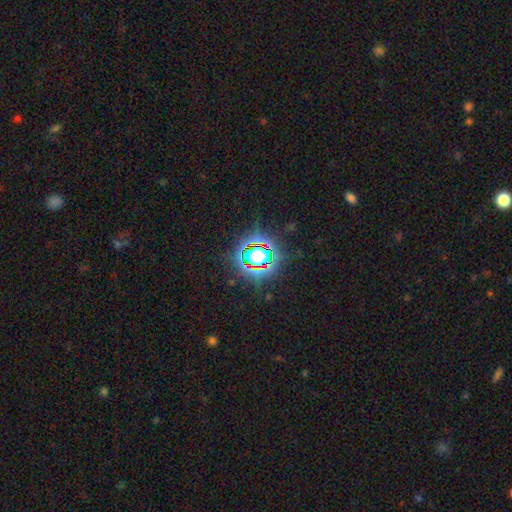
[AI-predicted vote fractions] This is likely a star or artifact rather than a galaxy (79%).